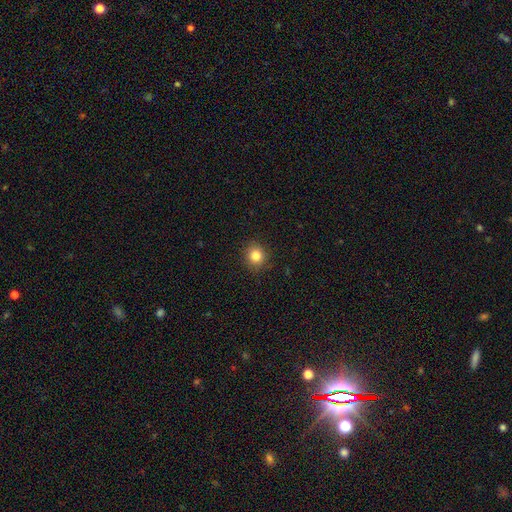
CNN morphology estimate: This appears to be a smooth galaxy with no disk features (83%) that is round (87%). Merging: none (90%).